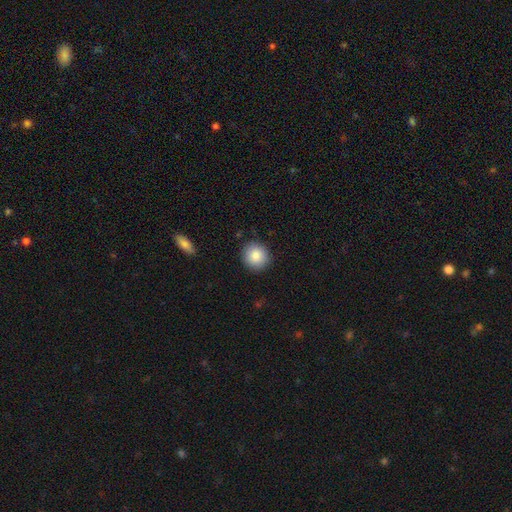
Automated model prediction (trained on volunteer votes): Q: Smooth or featured?
A: smooth (86%); runner-up: star or artifact (8%)
Q: How rounded?
A: round (91%); runner-up: in between (8%)
Q: Merging?
A: none (90%); runner-up: minor disturbance (7%)